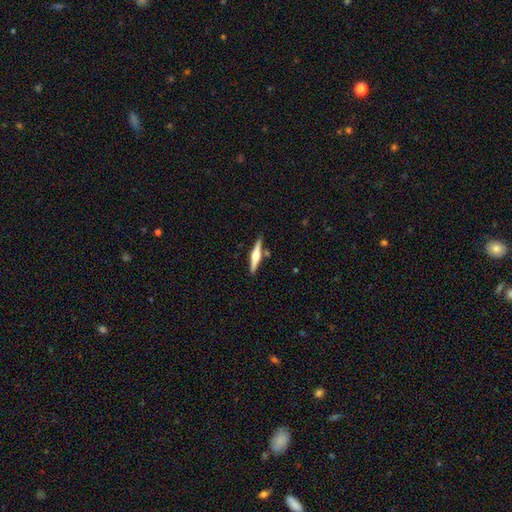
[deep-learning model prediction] A featured or disk galaxy (71%) viewed edge-on (98%) with a rounded central bulge (93%). Merging: none (85%).